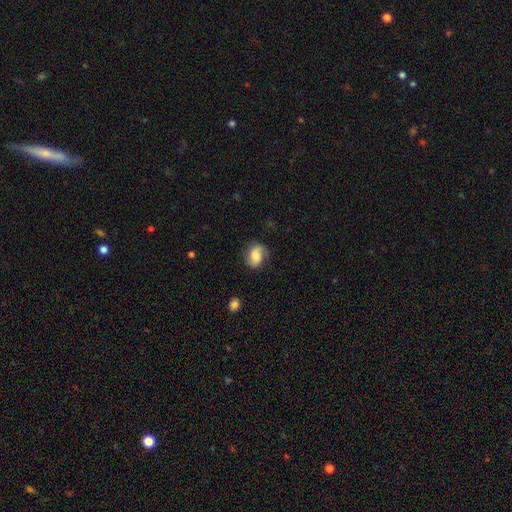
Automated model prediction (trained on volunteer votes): Smooth or featured? Predicted: featured or disk (p=0.52). Edge-on disk? Predicted: no (p=0.97). Bar? Predicted: no (p=0.54). Spiral arms? Predicted: yes (p=0.91). Bulge size? Predicted: moderate (p=0.46). Merging? Predicted: none (p=0.72).